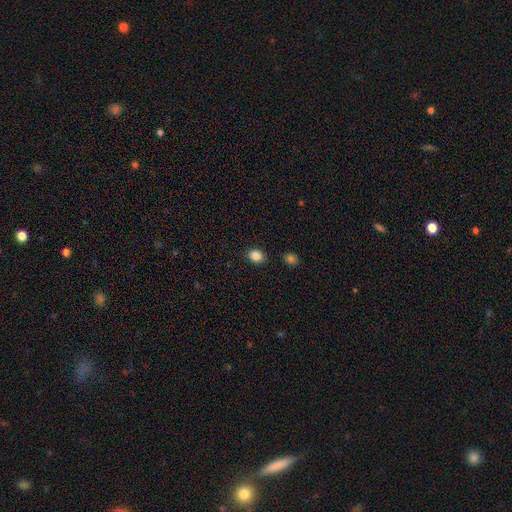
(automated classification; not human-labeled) A smooth galaxy with no disk features (86%) that is round (55%). Merging: none (87%).